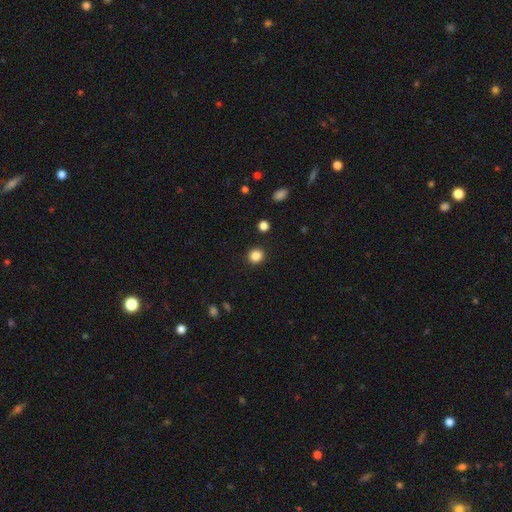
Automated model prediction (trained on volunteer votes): Q: Smooth or featured?
A: smooth (85%); runner-up: star or artifact (11%)
Q: How rounded?
A: round (83%); runner-up: in between (16%)
Q: Merging?
A: none (91%); runner-up: minor disturbance (6%)